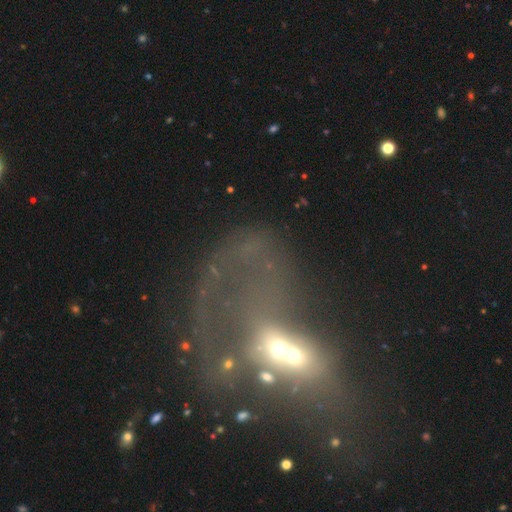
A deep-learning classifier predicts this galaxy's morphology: Smooth or featured?
  - featured or disk: 49% *
  - smooth: 29%
  - star or artifact: 22%
Merging?
  - merger: 62% *
  - major disturbance: 21%
  - none: 10%
  - minor disturbance: 6%